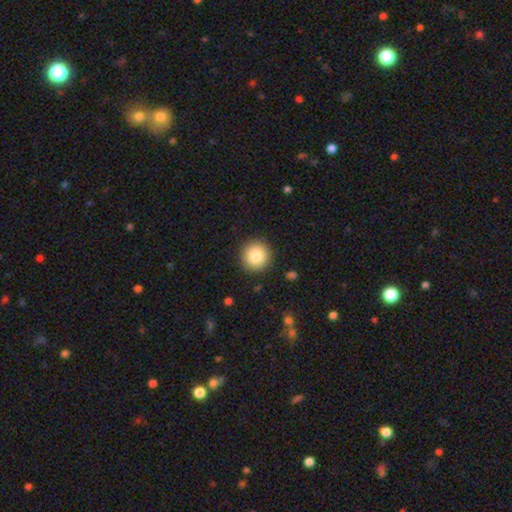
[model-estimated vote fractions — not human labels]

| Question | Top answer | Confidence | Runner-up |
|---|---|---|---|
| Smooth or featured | smooth | 85% | star or artifact (9%) |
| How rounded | round | 95% | in between (4%) |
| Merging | none | 91% | minor disturbance (6%) |